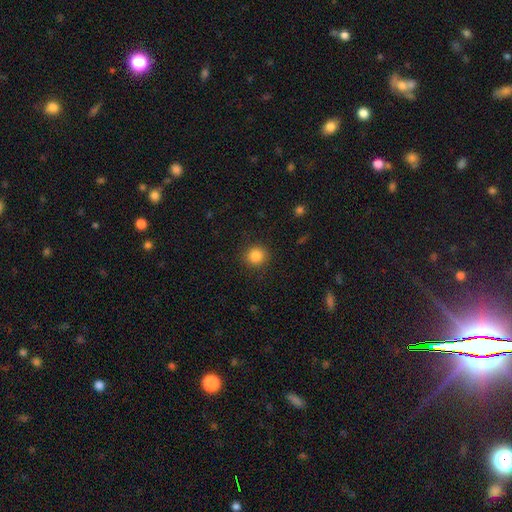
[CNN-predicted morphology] Smooth or featured: smooth — 85% (star or artifact — 11%)
How rounded: round — 92% (in between — 7%)
Merging: none — 90% (minor disturbance — 7%)